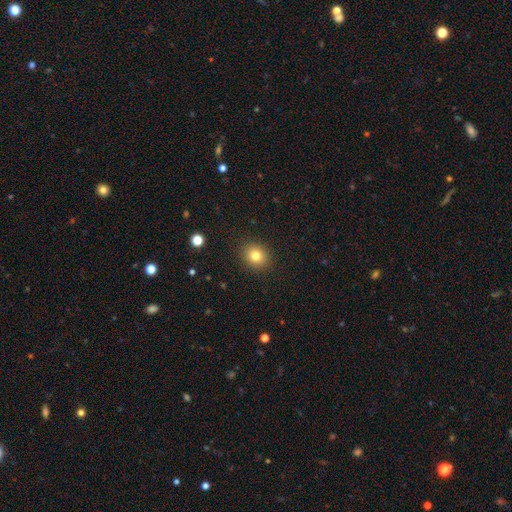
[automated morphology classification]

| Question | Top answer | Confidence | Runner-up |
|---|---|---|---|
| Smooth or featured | smooth | 81% | star or artifact (11%) |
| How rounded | round | 69% | in between (30%) |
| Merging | none | 90% | minor disturbance (7%) |